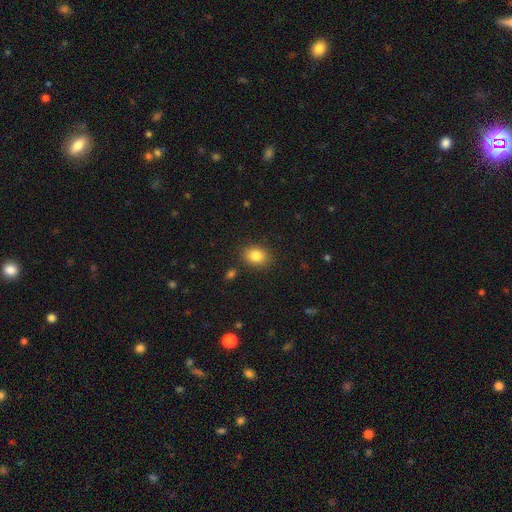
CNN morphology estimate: A smooth galaxy with no disk features (84%) that is in between round and cigar-shaped (61%).

Vote fractions:
- Smooth or featured? smooth: 84% / star or artifact: 9% / featured or disk: 6%
- How rounded? in between: 61% / round: 38% / cigar-shaped: 1%
- Merging? none: 85% / minor disturbance: 10% / major disturbance: 3% / merger: 2%